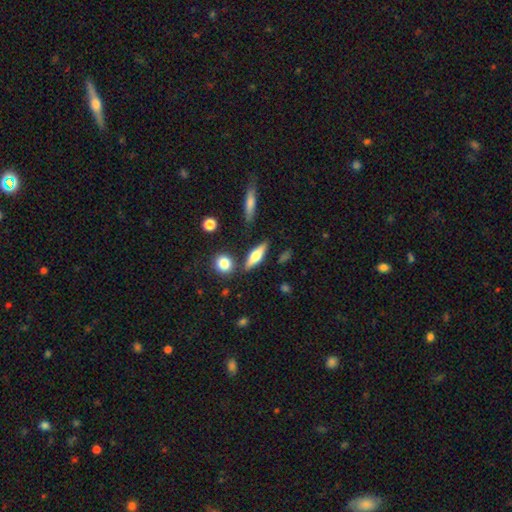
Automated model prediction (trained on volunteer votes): Smooth or featured: smooth — 47% (featured or disk — 45%)
Merging: none — 80% (minor disturbance — 10%)